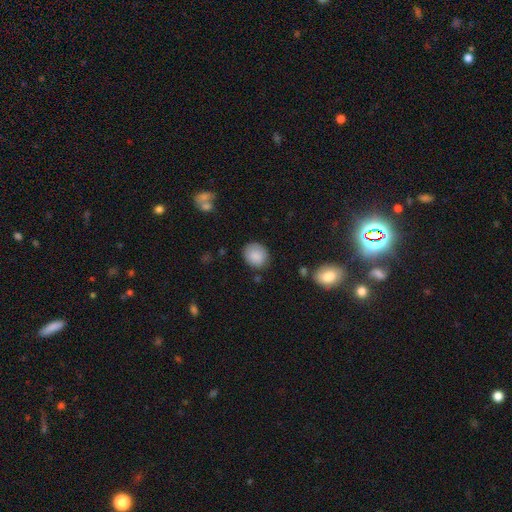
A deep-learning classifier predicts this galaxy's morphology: Smooth or featured: smooth — 87% (star or artifact — 8%)
How rounded: round — 70% (in between — 29%)
Merging: none — 80% (minor disturbance — 14%)